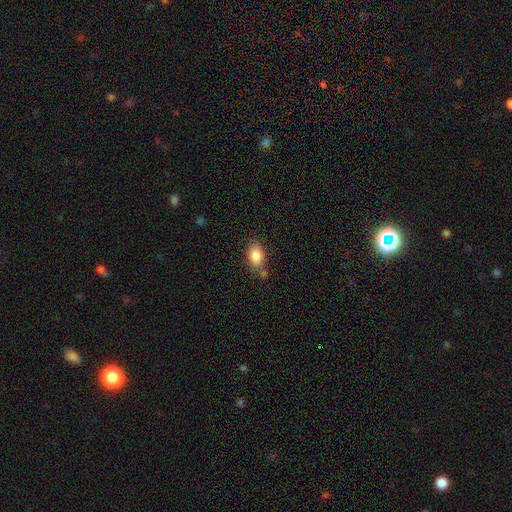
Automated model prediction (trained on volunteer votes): A smooth galaxy with no disk features (86%) that is in between round and cigar-shaped (87%). Merging: none (72%).